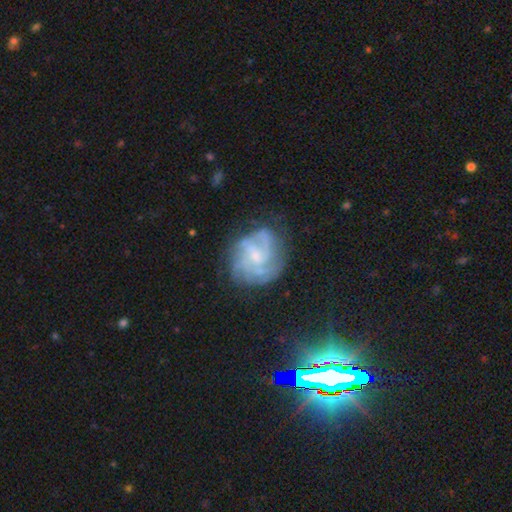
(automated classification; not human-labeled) Q: Smooth or featured?
A: featured or disk (79%); runner-up: smooth (13%)
Q: Edge-on disk?
A: no (98%); runner-up: yes (2%)
Q: Bar?
A: no (51%); runner-up: weak (42%)
Q: Spiral arms?
A: yes (92%); runner-up: no (8%)
Q: Spiral winding?
A: tight (51%); runner-up: medium (37%)
Q: Spiral arm count?
A: can't tell (35%); runner-up: 3 (21%)
Q: Bulge size?
A: small (59%); runner-up: moderate (27%)
Q: Merging?
A: none (69%); runner-up: minor disturbance (19%)